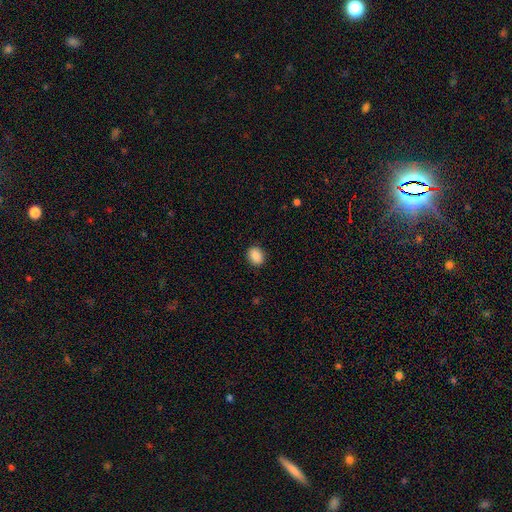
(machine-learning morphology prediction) Smooth or featured: smooth — 88% (star or artifact — 8%)
How rounded: round — 51% (in between — 48%)
Merging: none — 90% (minor disturbance — 7%)